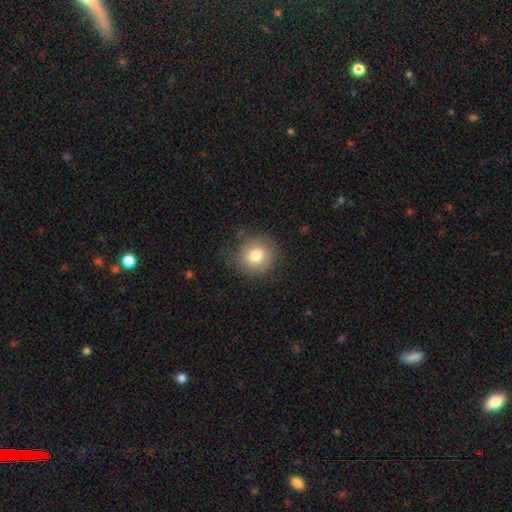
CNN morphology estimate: smooth 79%, featured or disk 11%, star or artifact 10%. Down the decision tree: how rounded — round (91%); merging — none (81%).